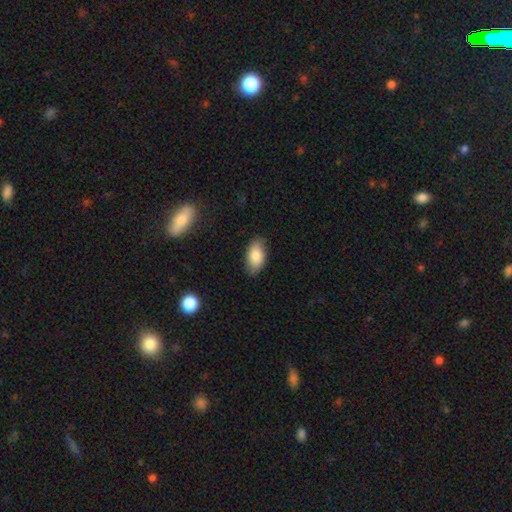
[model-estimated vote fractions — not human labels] smooth_or_featured: smooth (p=0.84) [alt: featured or disk p=0.09]
how_rounded: in between (p=0.94) [alt: round p=0.03]
merging: none (p=0.84) [alt: minor disturbance p=0.12]